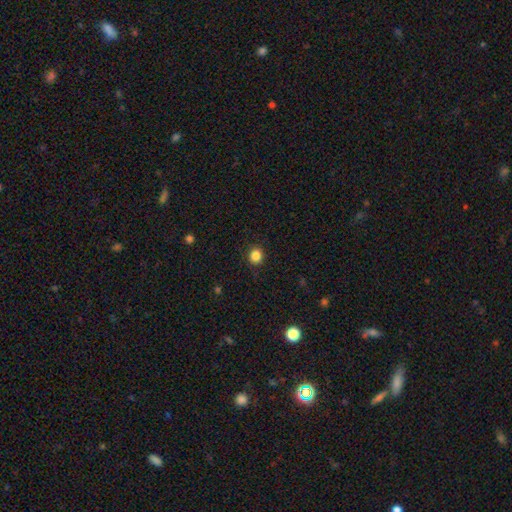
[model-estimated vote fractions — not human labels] Smooth or featured?
  - smooth: 85% *
  - star or artifact: 11%
  - featured or disk: 4%
How rounded?
  - round: 84% *
  - in between: 15%
  - cigar-shaped: 1%
Merging?
  - none: 90% *
  - minor disturbance: 7%
  - major disturbance: 2%
  - merger: 1%